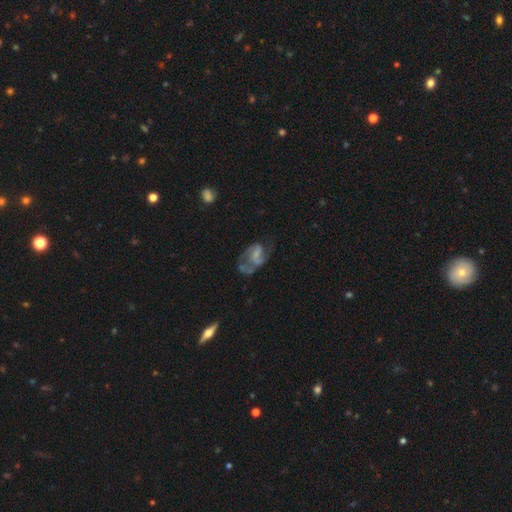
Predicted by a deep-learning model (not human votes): Smooth or featured? featured or disk (74%)
Edge-on disk? no (97%)
Bar? weak (45%)
Spiral arms? yes (82%)
Spiral winding? medium (46%)
Spiral arm count? 2 (70%)
Bulge size? none (39%)
Merging? none (40%)